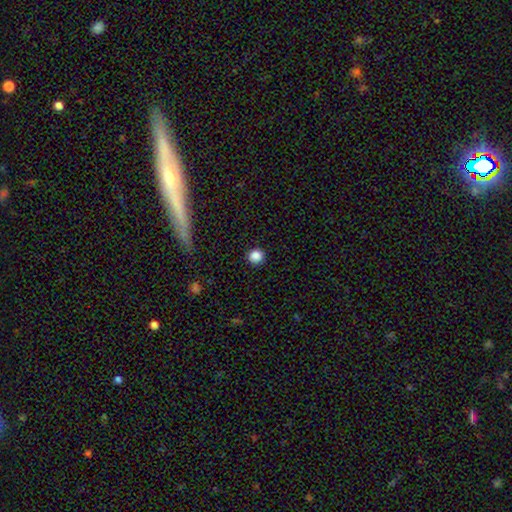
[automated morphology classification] Q: Smooth or featured?
A: smooth (86%); runner-up: star or artifact (11%)
Q: How rounded?
A: round (93%); runner-up: in between (6%)
Q: Merging?
A: none (92%); runner-up: minor disturbance (5%)